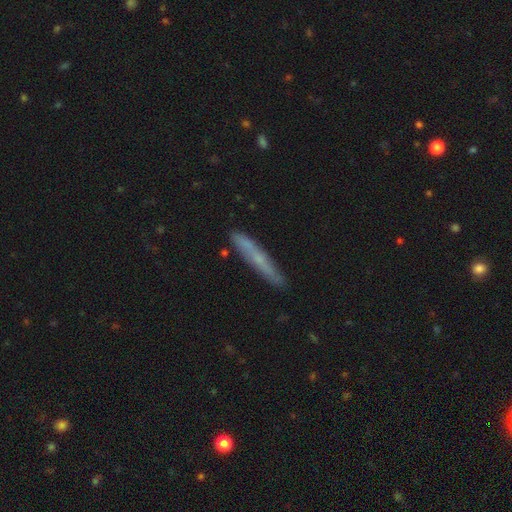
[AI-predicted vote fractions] The model was most divided on "smooth or featured": smooth: 48%, featured or disk: 43%, star or artifact: 8%. More confident: merging — none (85%).